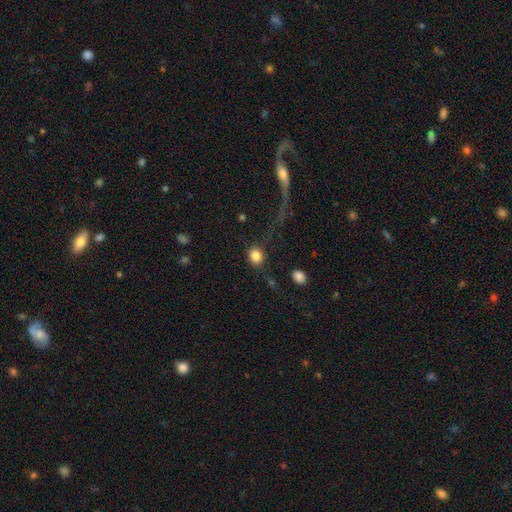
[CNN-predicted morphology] smooth_or_featured: smooth (p=0.82) [alt: star or artifact p=0.09]
how_rounded: round (p=0.69) [alt: in between p=0.29]
merging: none (p=0.60) [alt: major disturbance p=0.18]